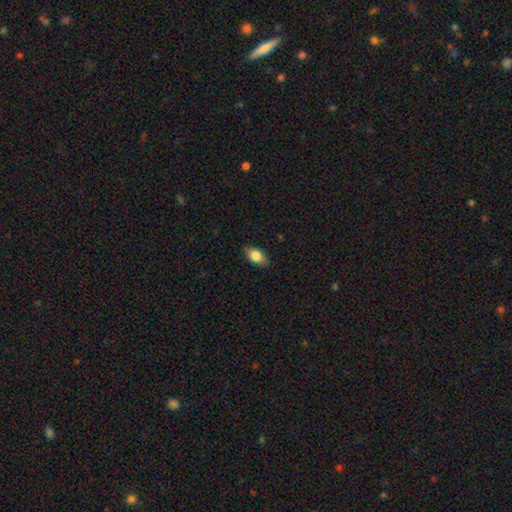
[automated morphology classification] smooth-or-featured: smooth: 83% | featured or disk: 10% | star or artifact: 7%
  how-rounded: in between: 90% | round: 7% | cigar-shaped: 3%
  merging: none: 84% | minor disturbance: 12% | major disturbance: 2% | merger: 1%